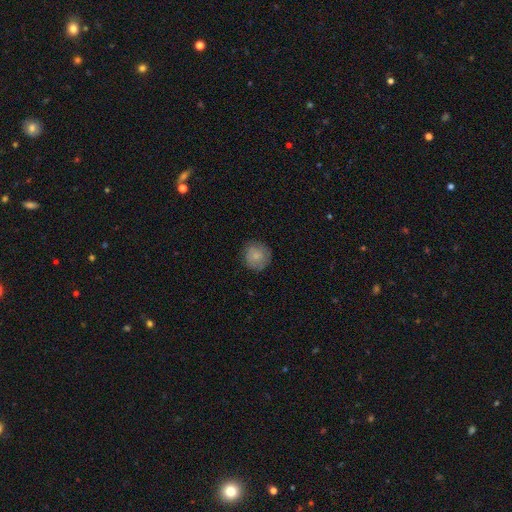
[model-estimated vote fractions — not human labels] Overall: smooth (76%). How rounded: round (92%). Merging: none (81%).